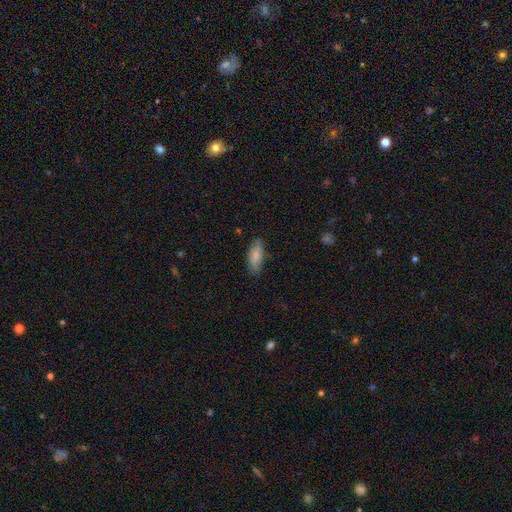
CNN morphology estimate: Smooth or featured? Predicted: smooth (p=0.80). How rounded? Predicted: in between (p=0.79). Merging? Predicted: none (p=0.75).